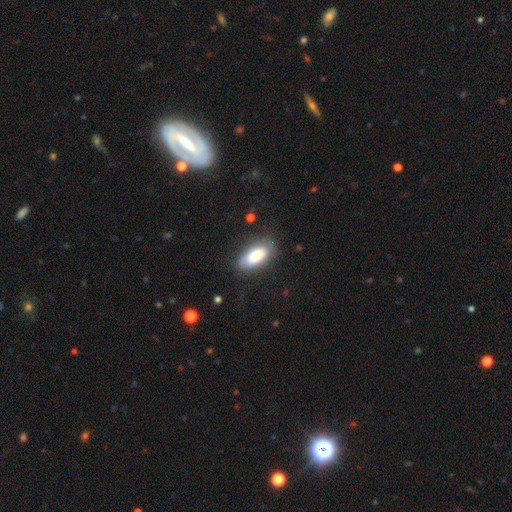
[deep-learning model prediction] A smooth galaxy with no disk features (76%) that is in between round and cigar-shaped (90%).

Vote fractions:
- Smooth or featured? smooth: 76% / featured or disk: 17% / star or artifact: 7%
- How rounded? in between: 90% / cigar-shaped: 8% / round: 3%
- Merging? none: 74% / minor disturbance: 18% / major disturbance: 6% / merger: 1%